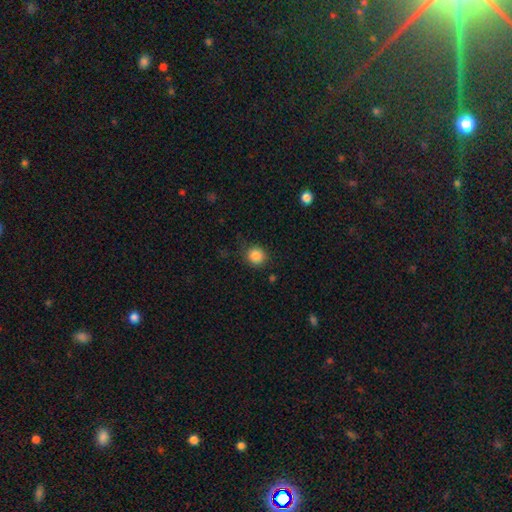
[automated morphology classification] Smooth or featured? smooth (86%)
How rounded? round (90%)
Merging? none (82%)